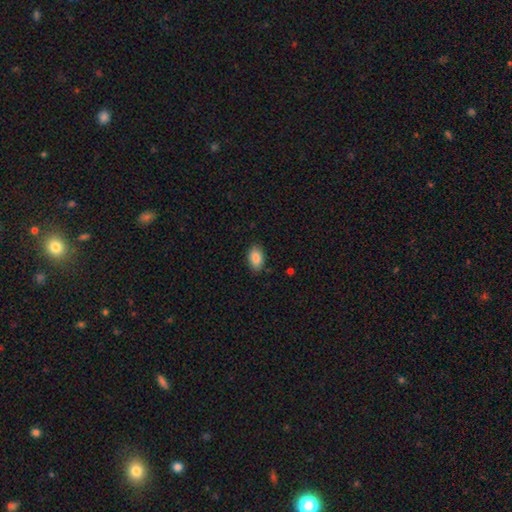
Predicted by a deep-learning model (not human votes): Q: Smooth or featured?
A: smooth (88%); runner-up: star or artifact (7%)
Q: How rounded?
A: in between (91%); runner-up: round (7%)
Q: Merging?
A: none (85%); runner-up: minor disturbance (11%)